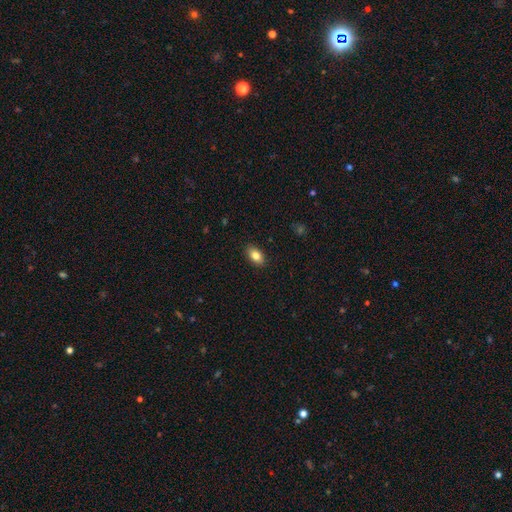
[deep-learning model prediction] Smooth or featured? Predicted: smooth (p=0.83). How rounded? Predicted: in between (p=0.90). Merging? Predicted: none (p=0.88).